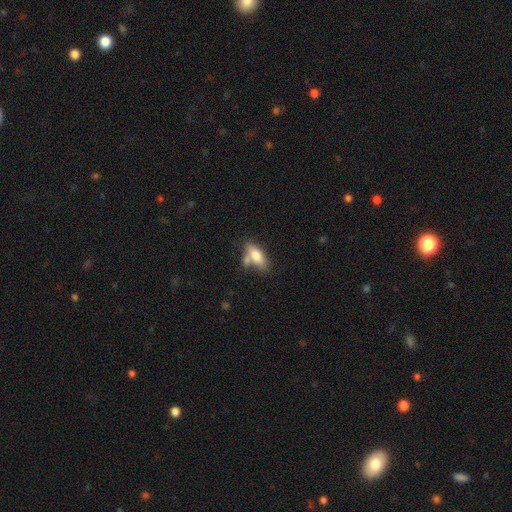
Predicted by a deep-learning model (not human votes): This appears to be a smooth galaxy with no disk features (76%) that is in between round and cigar-shaped (77%). Merging: none (51%).